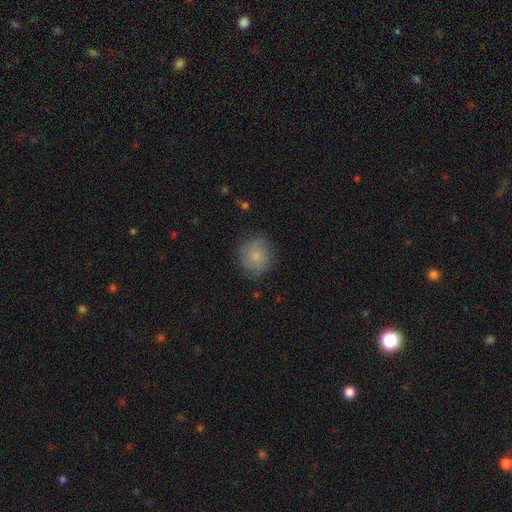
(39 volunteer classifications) Smooth or featured? 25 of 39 (64%) said smooth. How rounded? 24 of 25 (96%) said round. Merging? 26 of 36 (72%) said none.